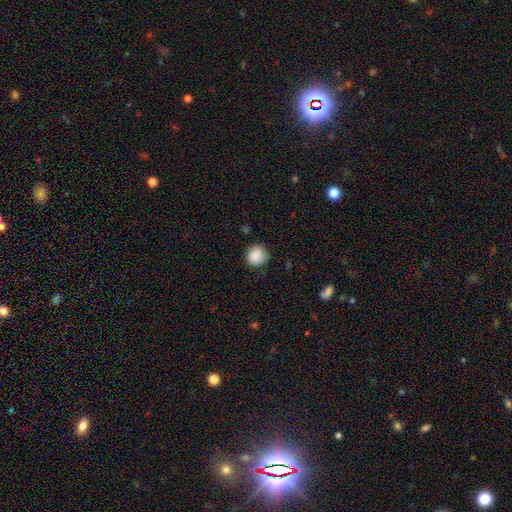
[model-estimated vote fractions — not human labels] smooth_or_featured: smooth (p=0.88) [alt: star or artifact p=0.08]
how_rounded: round (p=0.89) [alt: in between p=0.10]
merging: none (p=0.84) [alt: minor disturbance p=0.12]